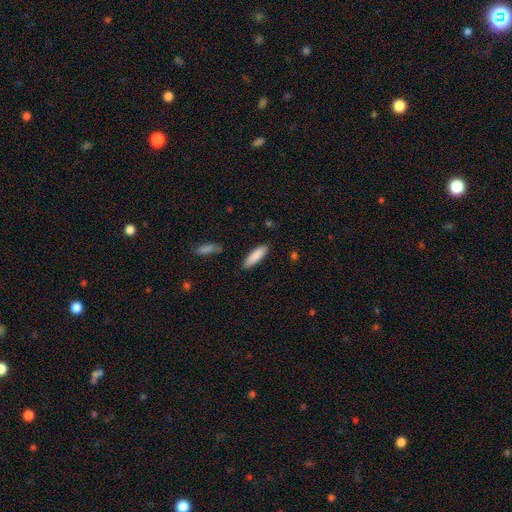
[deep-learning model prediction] A smooth galaxy with no disk features (88%) that is cigar-shaped (60%).

Vote fractions:
- Smooth or featured? smooth: 88% / featured or disk: 6% / star or artifact: 6%
- How rounded? cigar-shaped: 60% / in between: 39% / round: 1%
- Merging? none: 87% / minor disturbance: 9% / major disturbance: 2% / merger: 2%